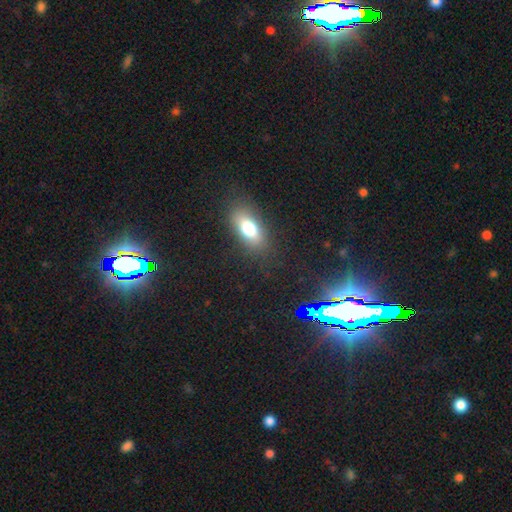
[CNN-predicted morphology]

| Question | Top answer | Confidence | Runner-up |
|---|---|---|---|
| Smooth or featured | smooth | 46% | star or artifact (37%) |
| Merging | none | 88% | minor disturbance (8%) |